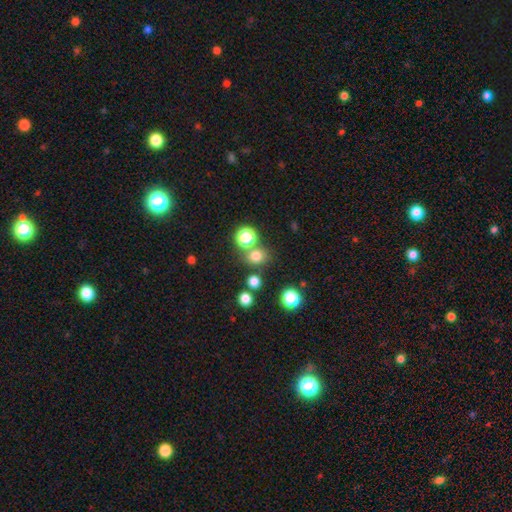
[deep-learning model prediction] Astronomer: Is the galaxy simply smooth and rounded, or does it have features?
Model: smooth — 72%.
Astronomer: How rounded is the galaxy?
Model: round — 78%.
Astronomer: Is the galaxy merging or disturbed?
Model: none — 69%.